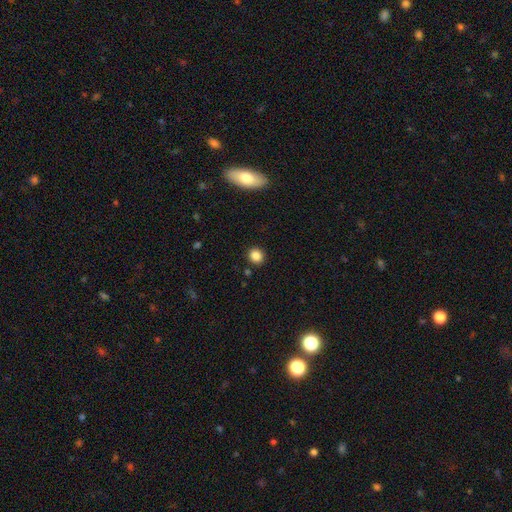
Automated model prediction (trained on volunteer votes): Overall: smooth (85%). How rounded: round (84%). Merging: none (90%).